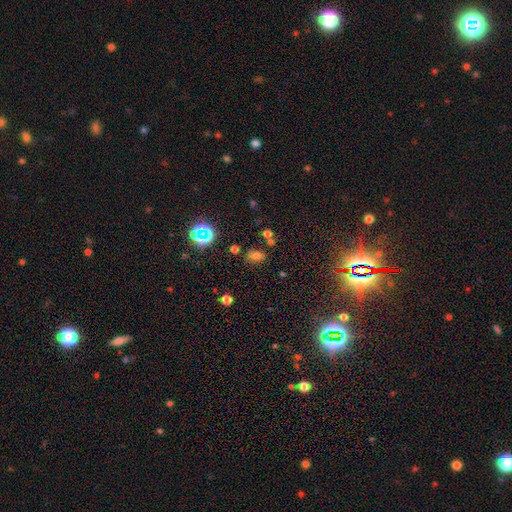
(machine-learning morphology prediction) This appears to be a smooth galaxy with no disk features (66%) that is in between round and cigar-shaped (82%). Merging: none (73%).